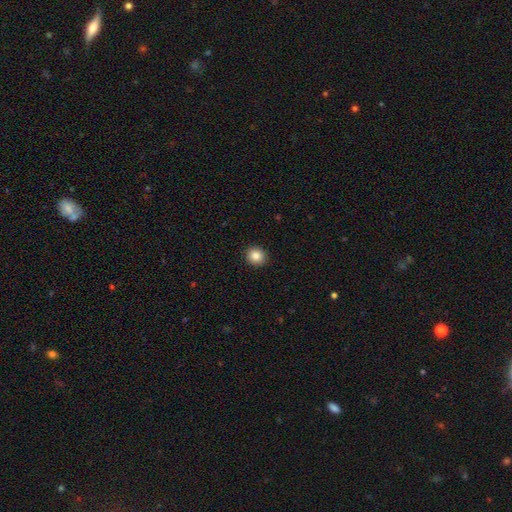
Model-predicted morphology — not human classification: Smooth or featured: smooth — 85% (star or artifact — 10%)
How rounded: round — 85% (in between — 14%)
Merging: none — 92% (minor disturbance — 5%)